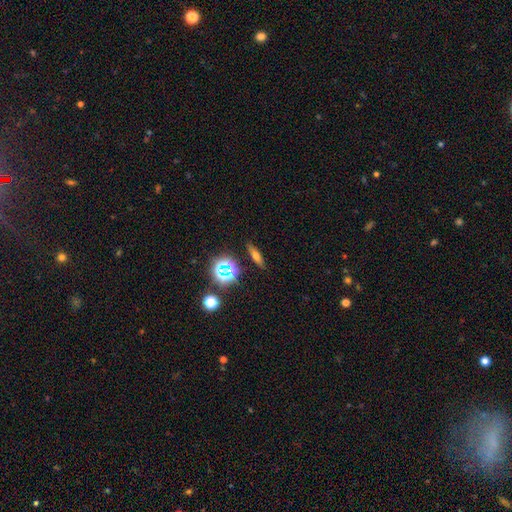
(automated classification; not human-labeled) A smooth galaxy with no disk features (51%) that is cigar-shaped (58%).

Vote fractions:
- Smooth or featured? smooth: 51% / featured or disk: 30% / star or artifact: 19%
- How rounded? cigar-shaped: 58% / in between: 29% / round: 13%
- Merging? none: 86% / minor disturbance: 9% / major disturbance: 3% / merger: 2%